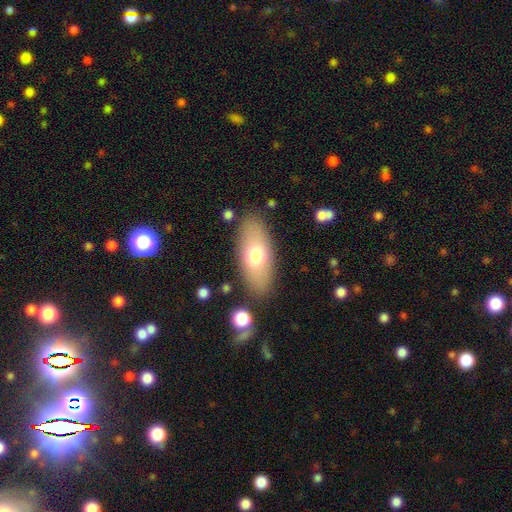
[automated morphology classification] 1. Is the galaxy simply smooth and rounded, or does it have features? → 68% smooth, 25% featured or disk, 7% star or artifact.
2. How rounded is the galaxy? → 85% in between, 11% cigar-shaped, 4% round.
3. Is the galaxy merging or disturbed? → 84% none, 10% minor disturbance, 4% major disturbance, 2% merger.